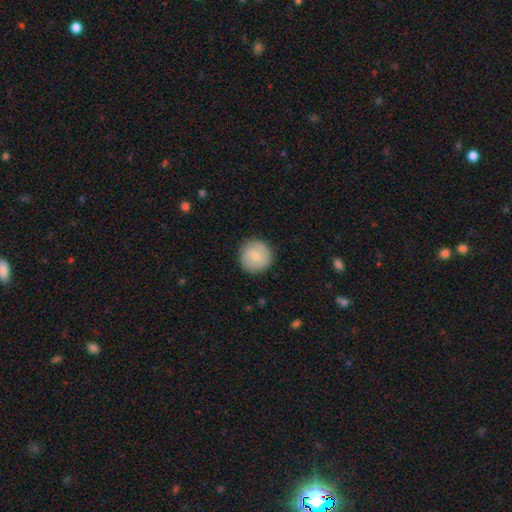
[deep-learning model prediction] smooth_or_featured: smooth (p=0.78) [alt: featured or disk p=0.15]
how_rounded: round (p=0.96) [alt: in between p=0.03]
merging: none (p=0.90) [alt: minor disturbance p=0.07]